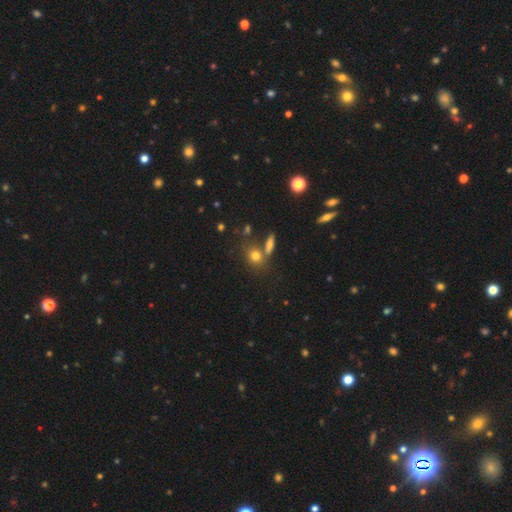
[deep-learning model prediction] Overall: smooth (75%). How rounded: round (54%; in between 41%). Merging: none (59%; merger 24%).